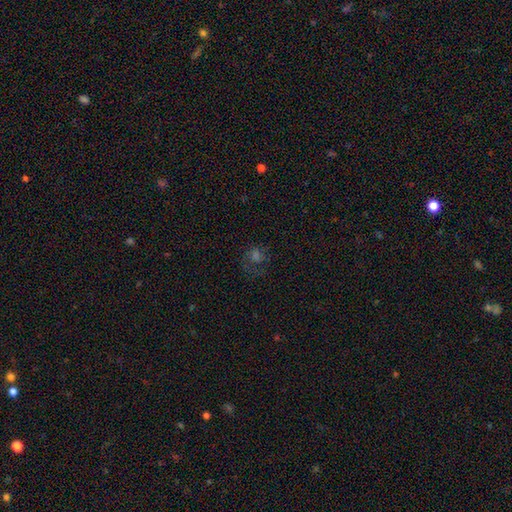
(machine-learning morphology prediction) The model was most divided on "smooth or featured": smooth: 40%, featured or disk: 31%, star or artifact: 29%. More confident: merging — none (51%).